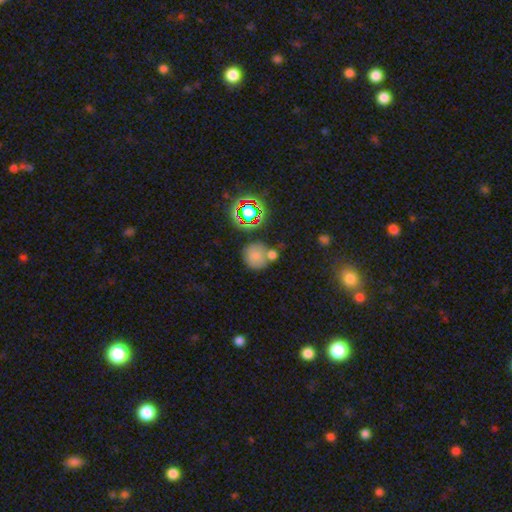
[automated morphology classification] smooth 68%, star or artifact 21%, featured or disk 12%. Down the decision tree: how rounded — round (86%); merging — none (52%).